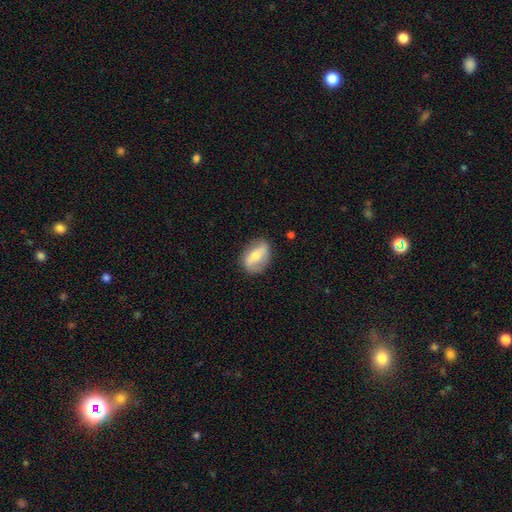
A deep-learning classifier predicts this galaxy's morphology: Overall: featured or disk (54%; smooth 39%). Edge-on disk: no (90%). Merging: none (78%).